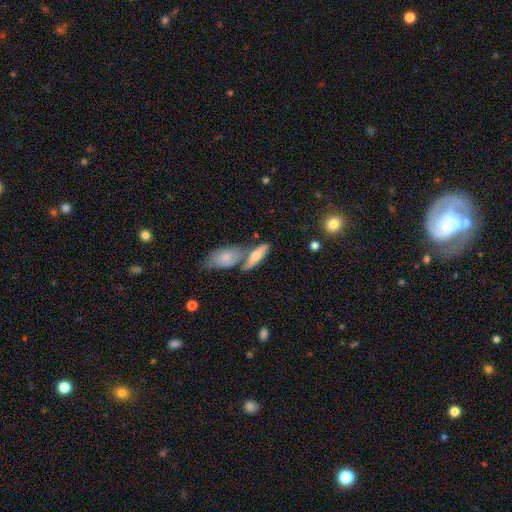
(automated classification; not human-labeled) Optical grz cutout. It shows a smooth galaxy with no disk features (61%) that is in between round and cigar-shaped (58%). Merging: merger (41%, tied with none).